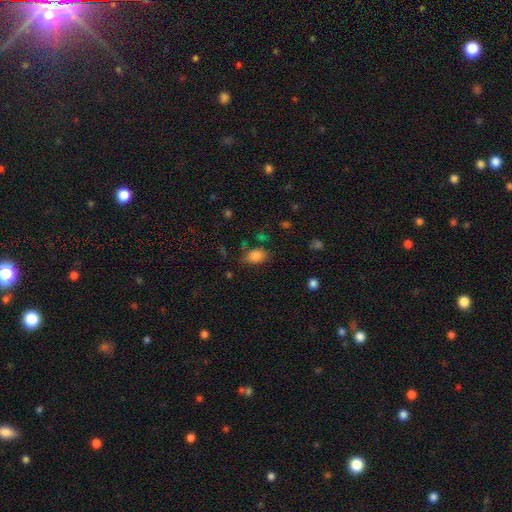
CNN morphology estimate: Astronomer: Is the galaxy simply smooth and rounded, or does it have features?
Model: smooth — 83%.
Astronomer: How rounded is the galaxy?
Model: in between — 82%.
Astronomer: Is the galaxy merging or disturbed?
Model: none — 73%.